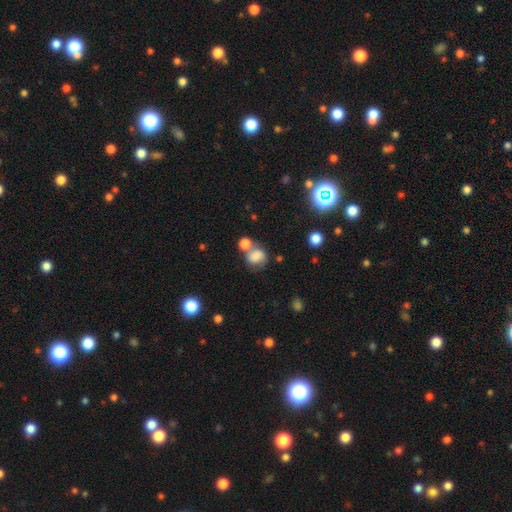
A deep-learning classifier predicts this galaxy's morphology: A smooth galaxy with no disk features (70%) that is round (57%).

Vote fractions:
- Smooth or featured? smooth: 70% / featured or disk: 18% / star or artifact: 12%
- How rounded? round: 57% / in between: 42% / cigar-shaped: 1%
- Merging? merger: 39% / none: 35% / minor disturbance: 16% / major disturbance: 10%